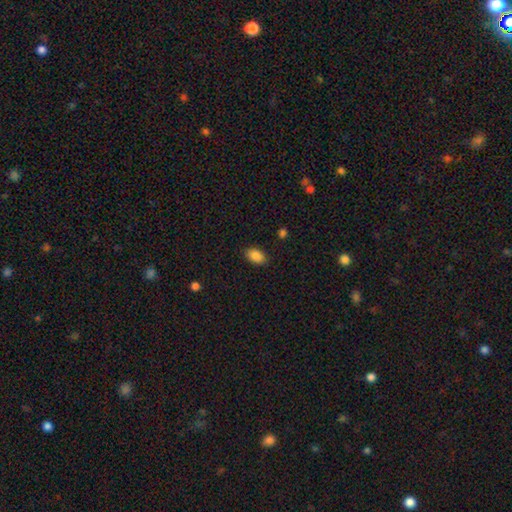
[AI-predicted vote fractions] Smooth or featured?
  - smooth: 88% *
  - star or artifact: 8%
  - featured or disk: 4%
How rounded?
  - in between: 89% *
  - round: 10%
  - cigar-shaped: 1%
Merging?
  - none: 86% *
  - minor disturbance: 10%
  - major disturbance: 3%
  - merger: 1%